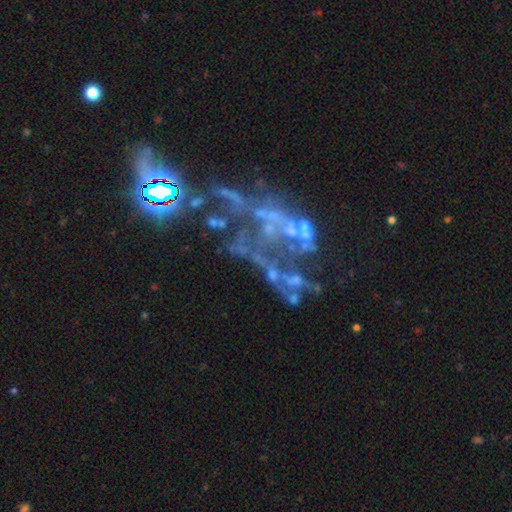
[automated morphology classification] smooth-or-featured: featured or disk: 61% | star or artifact: 27% | smooth: 12%
  disk-edge-on: no: 96% | yes: 4%
    bar: no: 91% | weak: 6% | strong: 3%
    has-spiral-arms: no: 88% | yes: 12%
    bulge-size: none: 77% | small: 12% | moderate: 8% | large: 2% | dominant: 1%
  merging: major disturbance: 36% | none: 28% | merger: 25% | minor disturbance: 12%